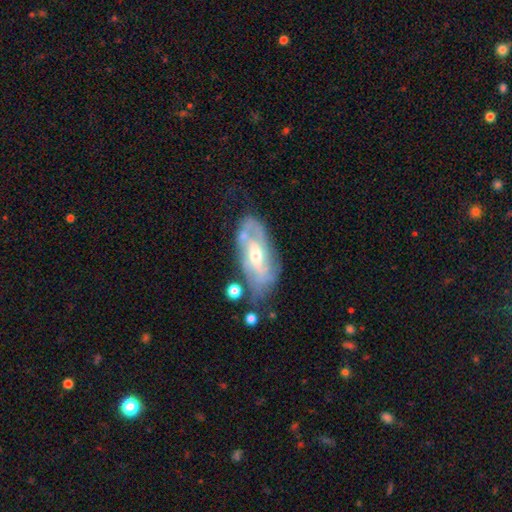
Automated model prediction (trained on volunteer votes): Smooth or featured?
  - featured or disk: 75% *
  - smooth: 18%
  - star or artifact: 7%
Edge-on disk?
  - no: 88% *
  - yes: 12%
Bar?
  - no: 45% *
  - weak: 36%
  - strong: 19%
Spiral arms?
  - yes: 74% *
  - no: 26%
Bulge size?
  - moderate: 61% *
  - small: 33%
  - large: 4%
  - none: 1%
  - dominant: 1%
Merging?
  - none: 63% *
  - minor disturbance: 21%
  - major disturbance: 9%
  - merger: 6%